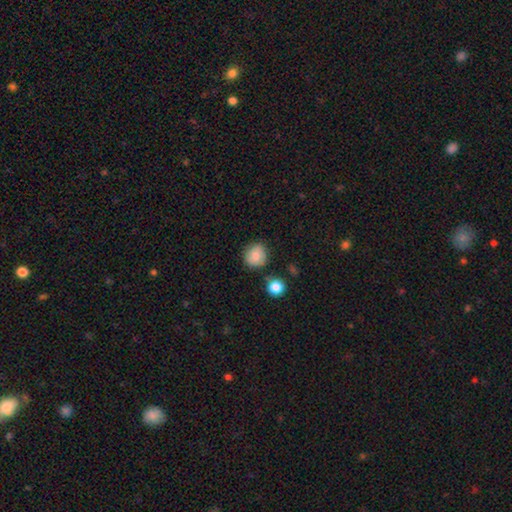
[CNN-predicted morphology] Smooth or featured?
  - smooth: 83% *
  - star or artifact: 9%
  - featured or disk: 8%
How rounded?
  - round: 86% *
  - in between: 13%
  - cigar-shaped: 1%
Merging?
  - none: 80% *
  - minor disturbance: 14%
  - merger: 3%
  - major disturbance: 3%